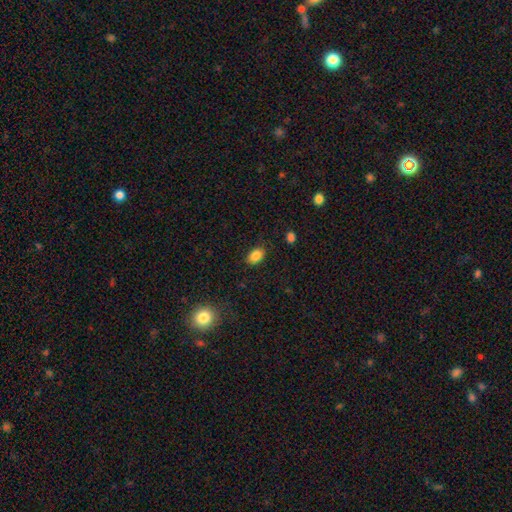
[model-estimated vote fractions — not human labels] Q: Smooth or featured?
A: smooth (87%); runner-up: star or artifact (9%)
Q: How rounded?
A: in between (84%); runner-up: round (15%)
Q: Merging?
A: none (85%); runner-up: minor disturbance (11%)